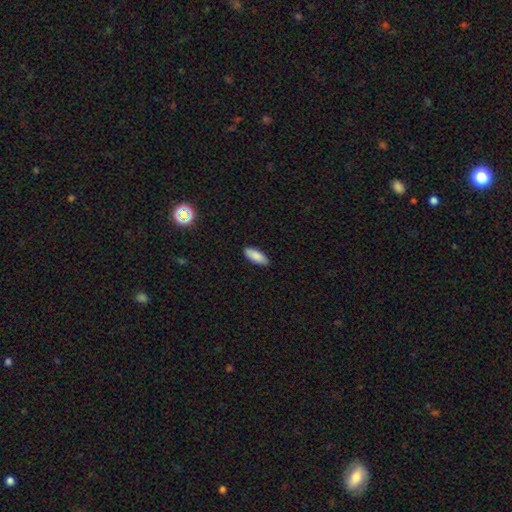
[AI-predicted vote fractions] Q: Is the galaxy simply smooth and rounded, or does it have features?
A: smooth — 88%.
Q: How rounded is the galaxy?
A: in between — 74%.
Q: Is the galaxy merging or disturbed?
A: none — 88%.